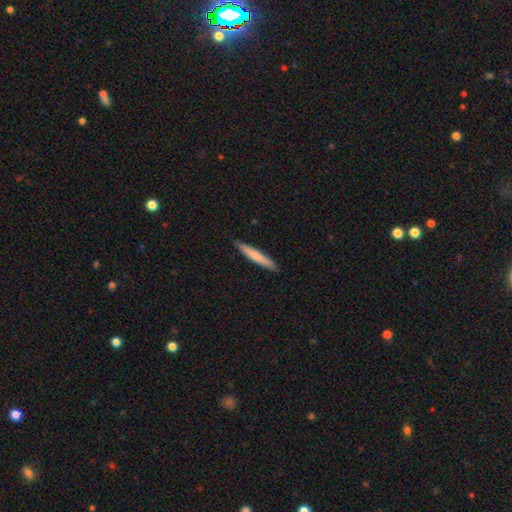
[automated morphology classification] The model was most divided on "smooth or featured": smooth: 73%, featured or disk: 22%, star or artifact: 5%. More confident: how rounded — cigar-shaped (94%); merging — none (89%).